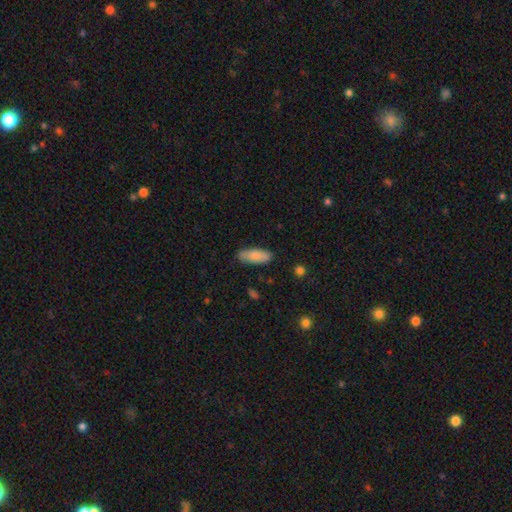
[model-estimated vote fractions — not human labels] Morphology: type=smooth (81%); roundness=in between (77%); merging=none (83%).